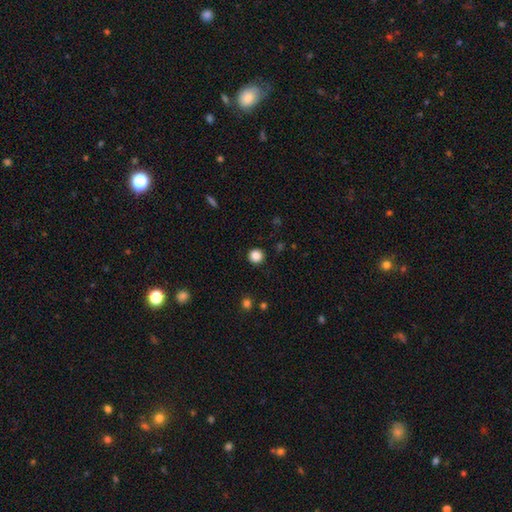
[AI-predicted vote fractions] smooth-or-featured: smooth: 86% | star or artifact: 11% | featured or disk: 3%
  how-rounded: round: 95% | in between: 4% | cigar-shaped: 1%
  merging: none: 92% | minor disturbance: 5% | major disturbance: 2% | merger: 1%